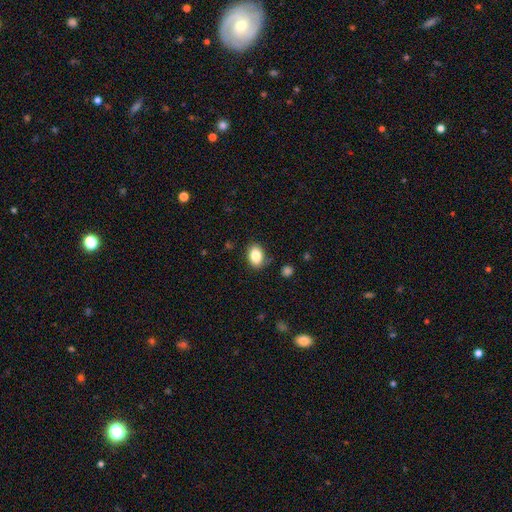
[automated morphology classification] A smooth galaxy with no disk features (84%) that is in between round and cigar-shaped (80%). Merging: none (82%).